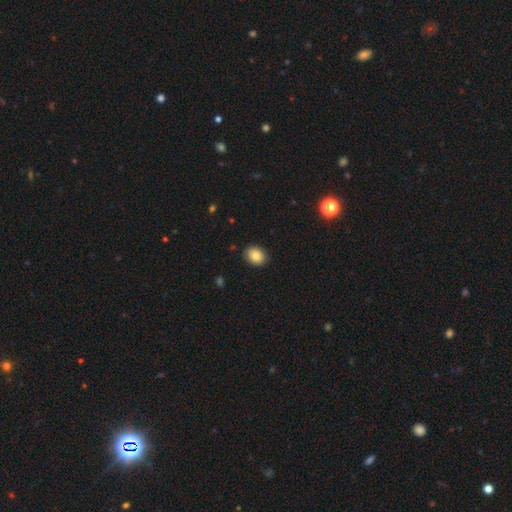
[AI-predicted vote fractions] smooth-or-featured: smooth: 84% | star or artifact: 8% | featured or disk: 7%
  how-rounded: in between: 58% | round: 42% | cigar-shaped: 1%
  merging: none: 88% | minor disturbance: 9% | major disturbance: 2% | merger: 1%